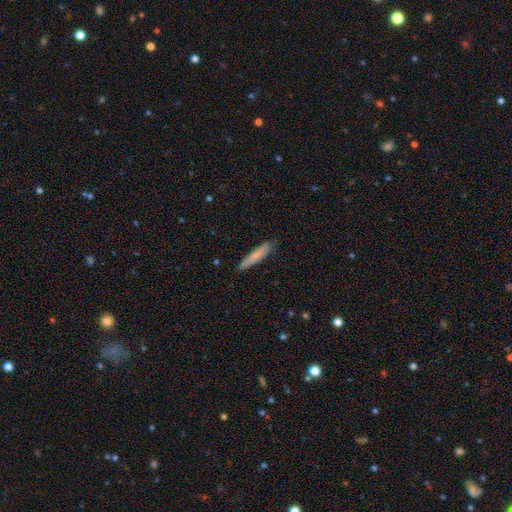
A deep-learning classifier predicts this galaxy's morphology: Smooth or featured?
  - smooth: 77% *
  - featured or disk: 17%
  - star or artifact: 6%
How rounded?
  - cigar-shaped: 92% *
  - in between: 6%
  - round: 1%
Merging?
  - none: 87% *
  - minor disturbance: 10%
  - major disturbance: 2%
  - merger: 1%